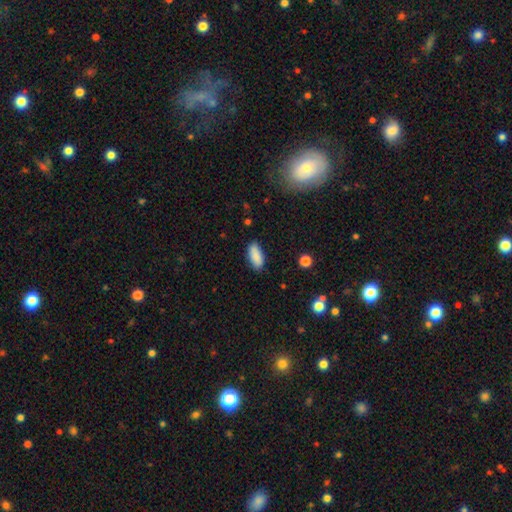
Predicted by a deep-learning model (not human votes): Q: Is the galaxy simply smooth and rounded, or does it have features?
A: smooth — 89%.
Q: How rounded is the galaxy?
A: in between — 84%.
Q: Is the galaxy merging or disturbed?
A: none — 85%.